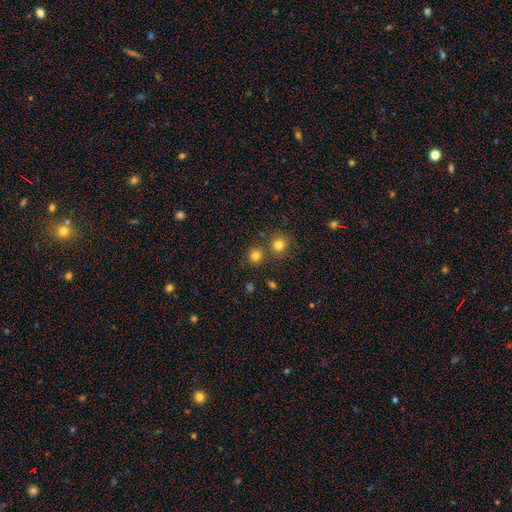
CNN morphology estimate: This appears to be a smooth galaxy with no disk features (79%) that is round (90%). Merging: none (74%).